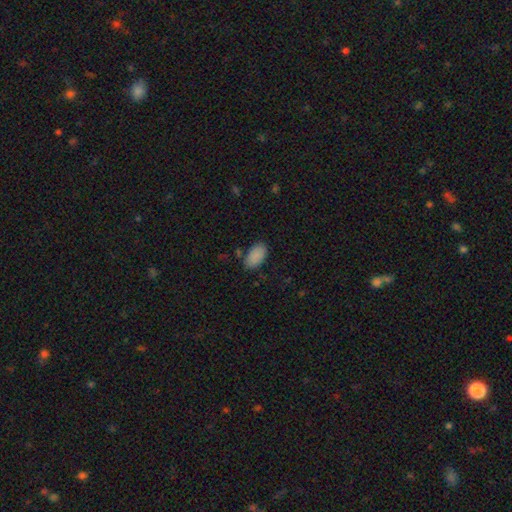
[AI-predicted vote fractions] This appears to be a smooth galaxy with no disk features (88%) that is in between round and cigar-shaped (94%). Merging: none (79%).